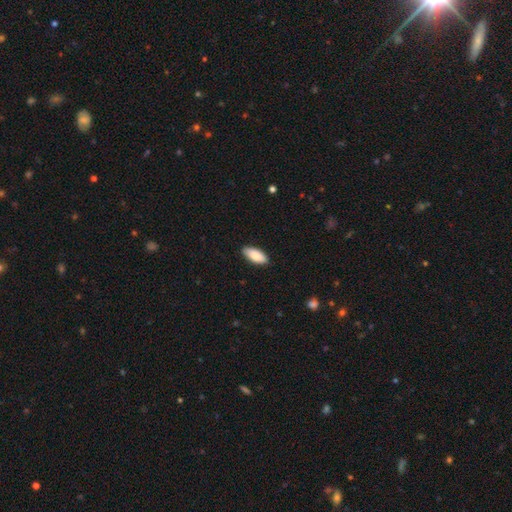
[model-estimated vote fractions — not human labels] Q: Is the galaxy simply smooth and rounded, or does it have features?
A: smooth — 84%.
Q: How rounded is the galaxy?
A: in between — 87%.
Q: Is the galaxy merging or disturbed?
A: none — 88%.